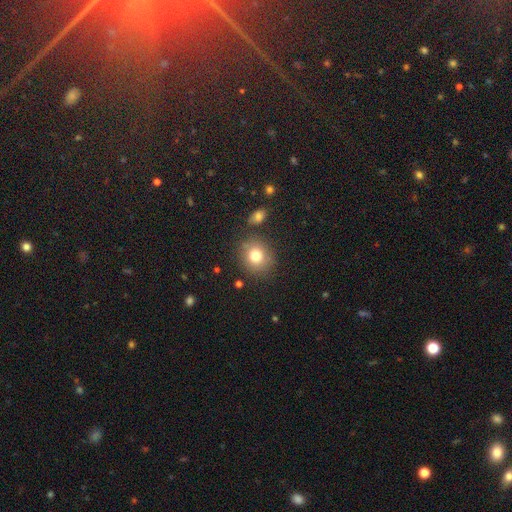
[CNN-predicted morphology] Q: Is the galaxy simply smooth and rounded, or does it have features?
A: smooth — 79%.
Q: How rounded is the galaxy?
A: round — 83%.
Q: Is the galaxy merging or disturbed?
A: none — 81%.